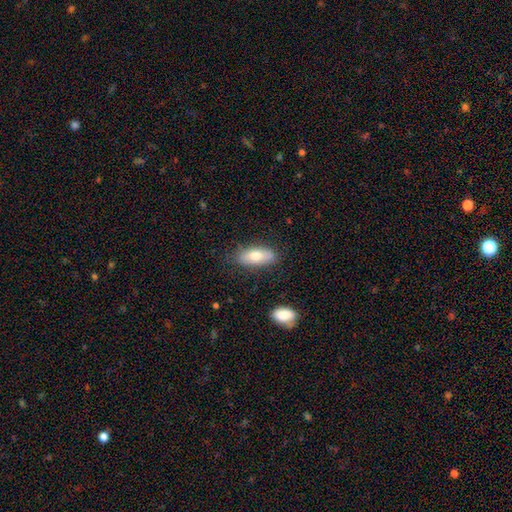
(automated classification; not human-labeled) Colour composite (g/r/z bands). It shows a smooth galaxy with no disk features (77%) that is in between round and cigar-shaped (79%). Merging: none (78%).